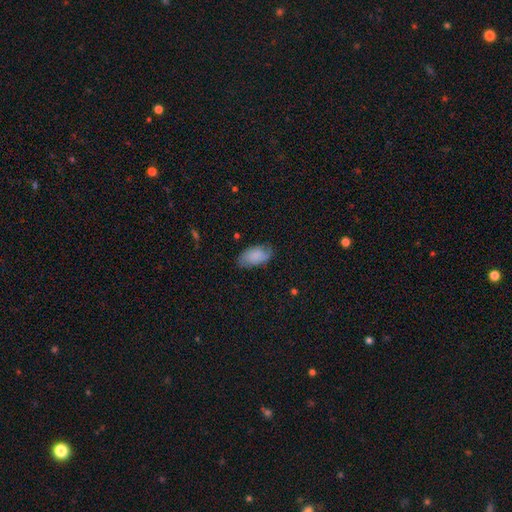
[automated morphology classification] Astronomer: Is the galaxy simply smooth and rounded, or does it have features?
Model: smooth — 75%.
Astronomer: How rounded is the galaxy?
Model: in between — 94%.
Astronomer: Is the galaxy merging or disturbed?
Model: none — 72%.